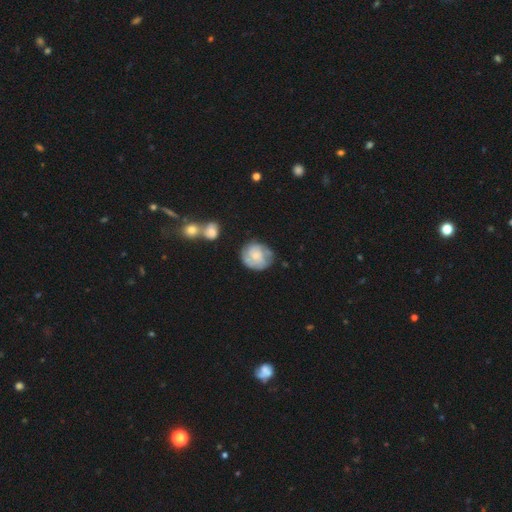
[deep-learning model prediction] A featured or disk galaxy (58%) with no bar (73%), spiral arms (81%) and a small central bulge (43%).

Vote fractions:
- Smooth or featured? featured or disk: 58% / smooth: 35% / star or artifact: 7%
- Edge-on disk? no: 98% / yes: 2%
- Bar? no: 73% / weak: 24% / strong: 3%
- Spiral arms? yes: 81% / no: 19%
- Bulge size? small: 43% / moderate: 33% / none: 16% / large: 7% / dominant: 2%
- Merging? none: 68% / minor disturbance: 21% / major disturbance: 8% / merger: 4%